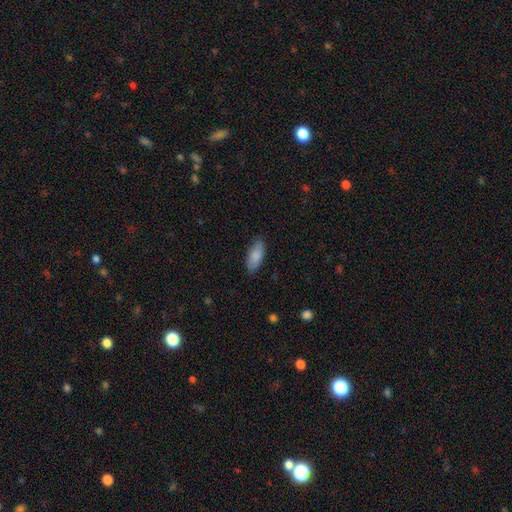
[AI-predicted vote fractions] A smooth galaxy with no disk features (86%) that is in between round and cigar-shaped (84%). Merging: none (83%).